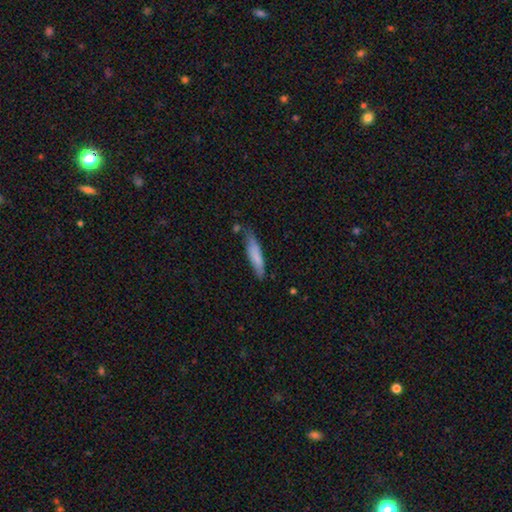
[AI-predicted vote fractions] smooth-or-featured: smooth: 77% | featured or disk: 17% | star or artifact: 6%
  how-rounded: cigar-shaped: 81% | in between: 18% | round: 1%
  merging: none: 66% | minor disturbance: 25% | major disturbance: 5% | merger: 4%